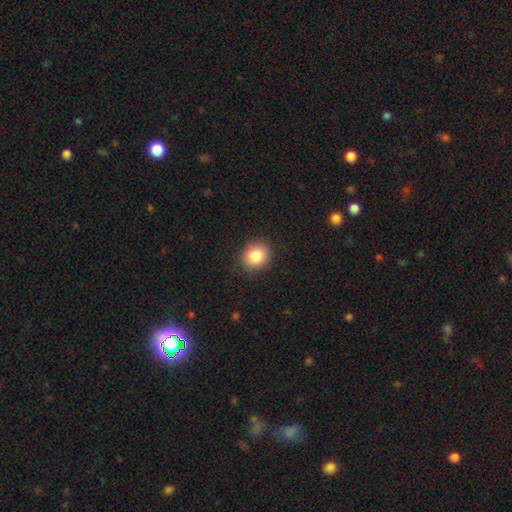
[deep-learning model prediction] A smooth galaxy with no disk features (85%) that is round (74%). Merging: none (87%).